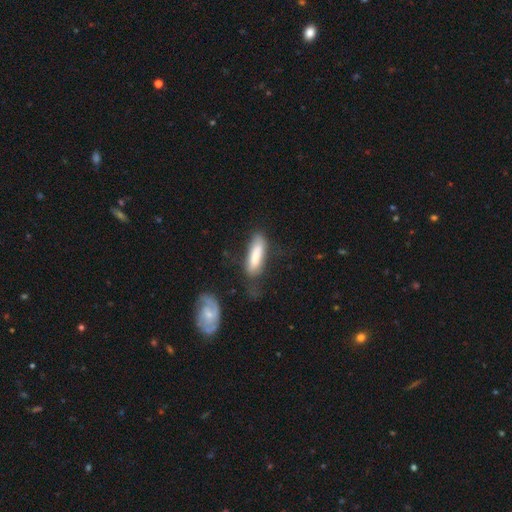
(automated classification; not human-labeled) Morphology: type=smooth (75%); roundness=cigar-shaped (55%); merging=none (54%).